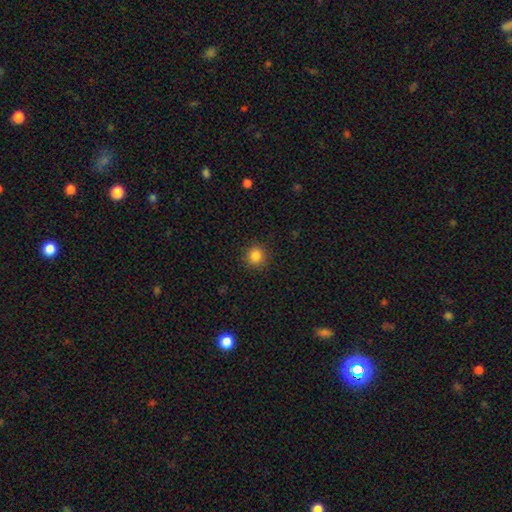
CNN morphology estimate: Smooth or featured: smooth — 84% (star or artifact — 11%)
How rounded: round — 93% (in between — 6%)
Merging: none — 90% (minor disturbance — 7%)